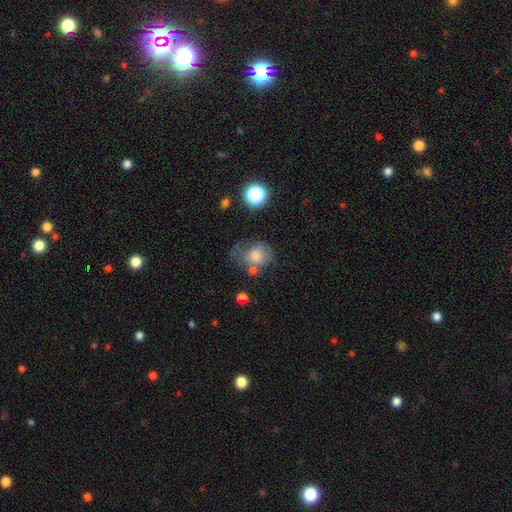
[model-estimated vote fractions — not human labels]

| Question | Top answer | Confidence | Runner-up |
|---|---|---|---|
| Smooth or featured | smooth | 69% | featured or disk (19%) |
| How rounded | round | 57% | in between (42%) |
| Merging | none | 36% | minor disturbance (29%) |